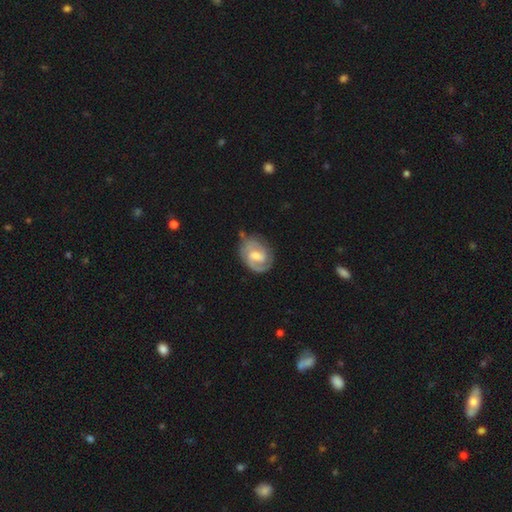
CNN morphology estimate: Overall: featured or disk (80%). Edge-on disk: no (98%). Bar: weak (56%; no 29%). Spiral arms: yes (94%). Spiral arm count: 2 (68%). Spiral winding: tight (54%; medium 37%). Bulge size: moderate (54%; small 24%). Merging: none (67%).